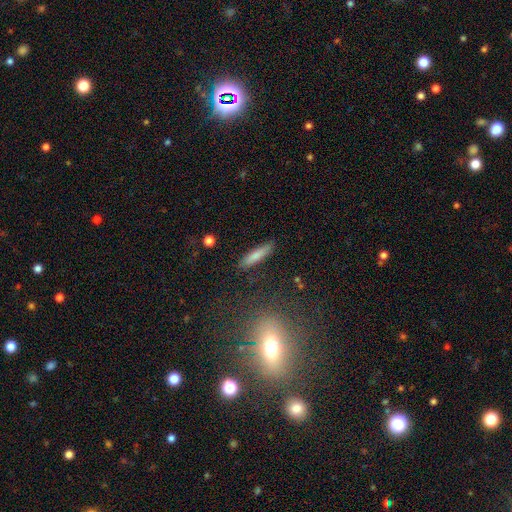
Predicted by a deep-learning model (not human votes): Overall: smooth (77%). How rounded: cigar-shaped (82%). Merging: none (86%).